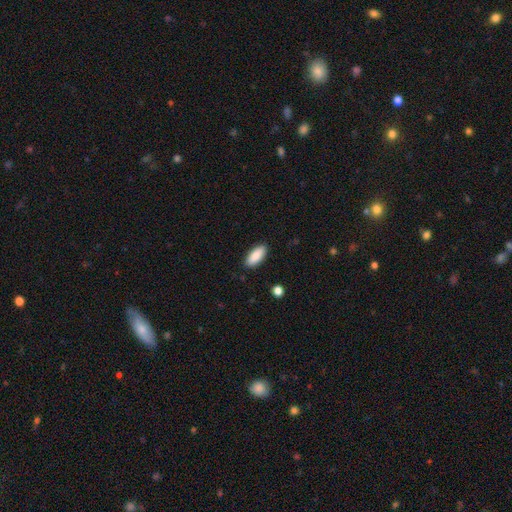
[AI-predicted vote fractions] Overall: smooth (88%). How rounded: in between (86%). Merging: none (89%).